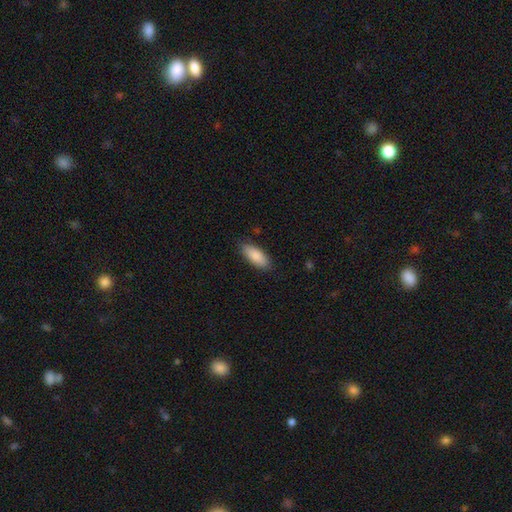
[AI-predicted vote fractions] Q: Smooth or featured?
A: smooth (87%); runner-up: featured or disk (7%)
Q: How rounded?
A: in between (81%); runner-up: cigar-shaped (17%)
Q: Merging?
A: none (85%); runner-up: minor disturbance (12%)